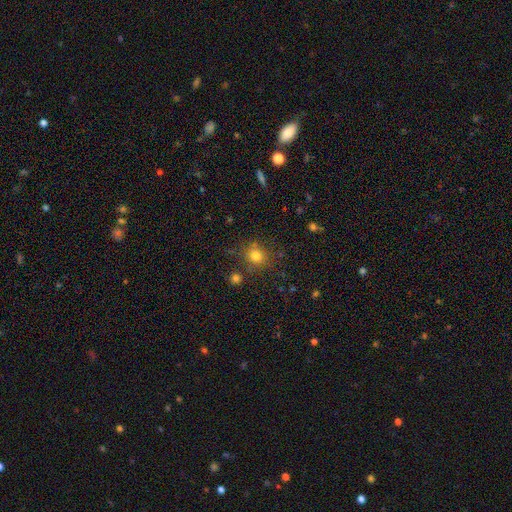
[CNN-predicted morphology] This appears to be a smooth galaxy with no disk features (78%) that is round (84%). Merging: none (77%).